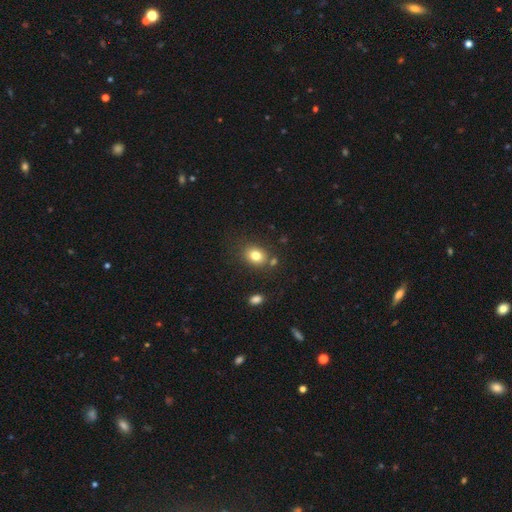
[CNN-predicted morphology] This appears to be a smooth galaxy with no disk features (79%) that is in between round and cigar-shaped (54%). Merging: none (76%).